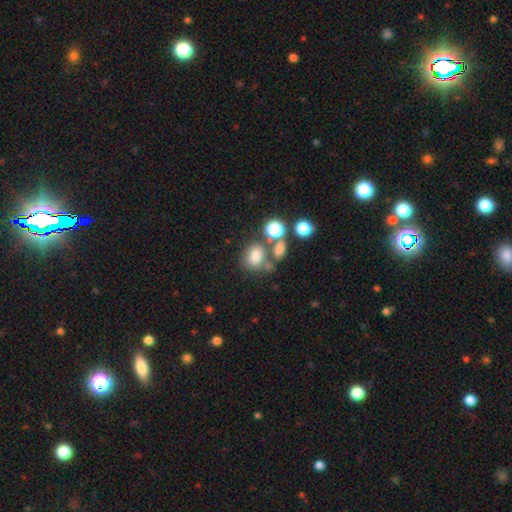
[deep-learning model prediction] Q: Smooth or featured?
A: smooth (74%); runner-up: star or artifact (15%)
Q: How rounded?
A: round (50%); runner-up: in between (49%)
Q: Merging?
A: none (53%); runner-up: merger (27%)